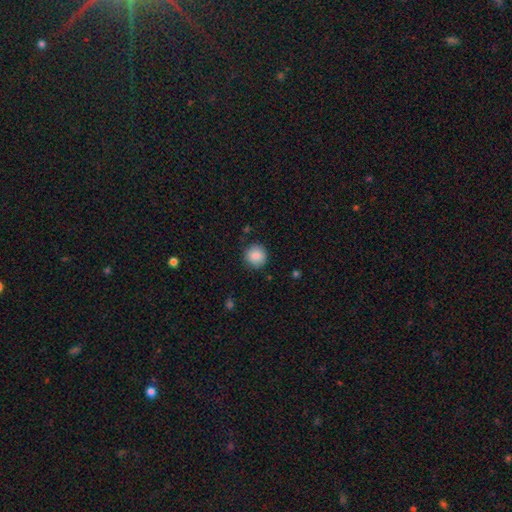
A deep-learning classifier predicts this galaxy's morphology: Smooth or featured? smooth (87%)
How rounded? round (94%)
Merging? none (89%)